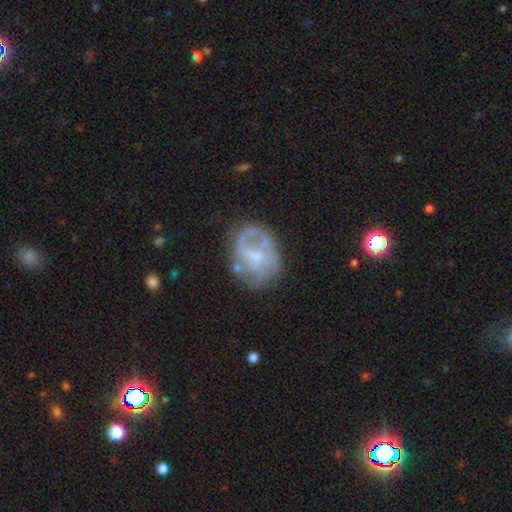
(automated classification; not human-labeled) Smooth or featured?
  - featured or disk: 69% *
  - smooth: 23%
  - star or artifact: 8%
Edge-on disk?
  - no: 97% *
  - yes: 3%
Bar?
  - no: 50% *
  - weak: 42%
  - strong: 9%
Spiral arms?
  - yes: 65% *
  - no: 35%
Bulge size?
  - small: 58% *
  - moderate: 31%
  - none: 8%
  - large: 2%
  - dominant: 1%
Merging?
  - none: 52% *
  - minor disturbance: 24%
  - major disturbance: 19%
  - merger: 4%